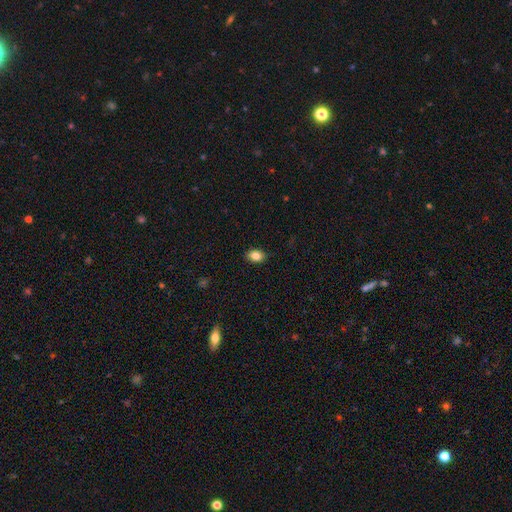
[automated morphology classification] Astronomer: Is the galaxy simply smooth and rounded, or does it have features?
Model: smooth — 84%.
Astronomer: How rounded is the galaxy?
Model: in between — 78%.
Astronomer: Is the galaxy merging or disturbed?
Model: none — 88%.